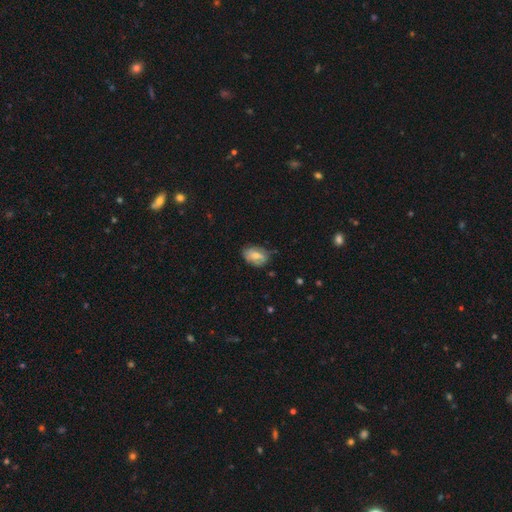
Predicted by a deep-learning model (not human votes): This is possibly a smooth galaxy (60%). How rounded: clearly in between (86%). Merging: likely none (62%).